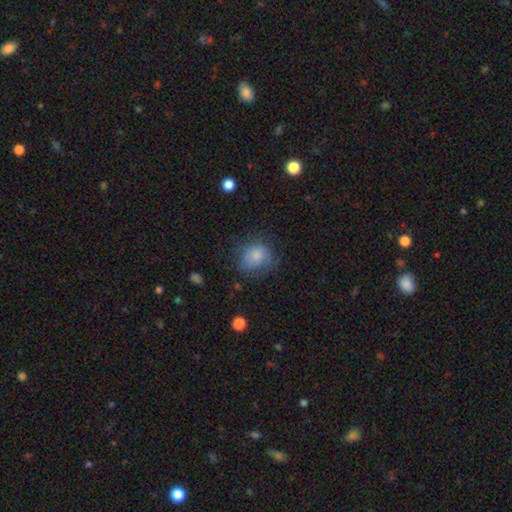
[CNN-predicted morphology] type=smooth (78%); roundness=round (71%); merging=none (58%).